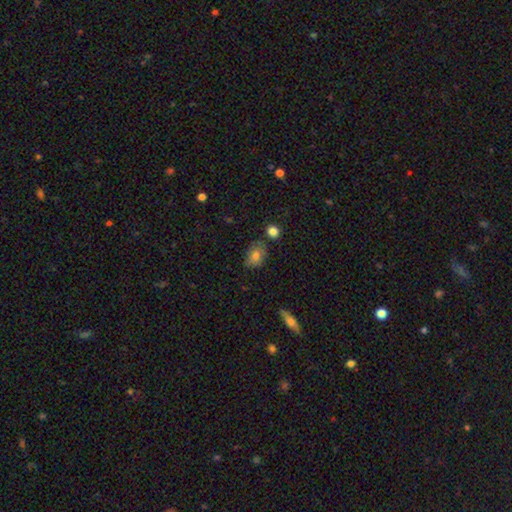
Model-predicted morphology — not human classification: type=smooth (79%); roundness=in between (70%); merging=none (66%).